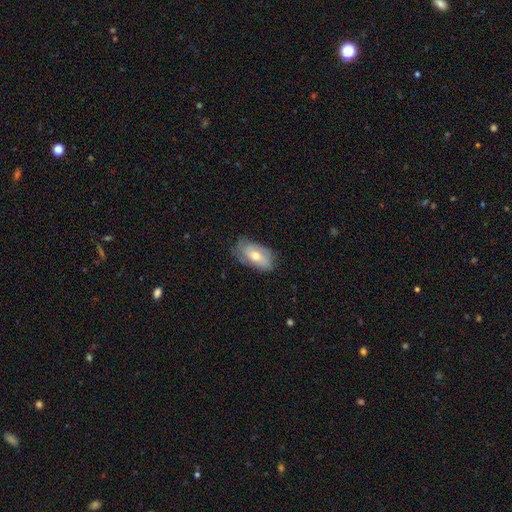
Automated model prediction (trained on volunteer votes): This appears to be a smooth galaxy with no disk features (53%) that is in between round and cigar-shaped (90%). Merging: none (68%).